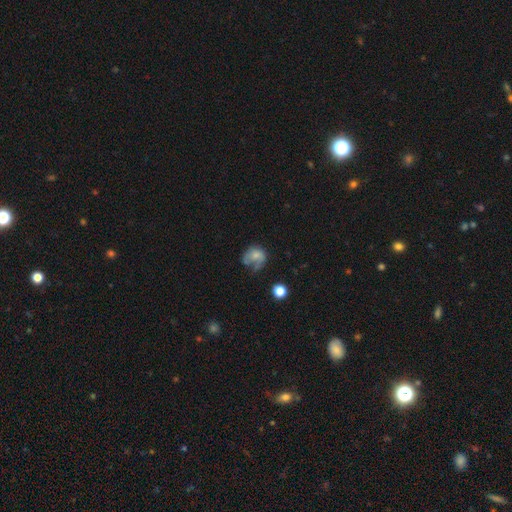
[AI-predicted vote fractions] This is possibly a smooth galaxy (58%). How rounded: possibly round (57%). Merging: marginally major disturbance (36%).